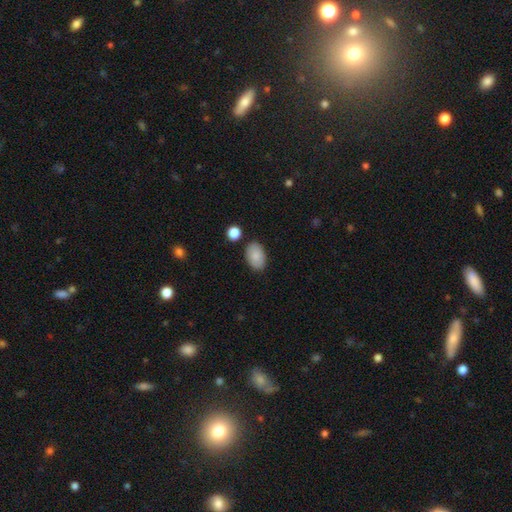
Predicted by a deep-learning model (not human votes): The model was most divided on "merging": none: 84%, minor disturbance: 10%, merger: 3%, major disturbance: 3%. More confident: how rounded — in between (91%); smooth or featured — smooth (87%).